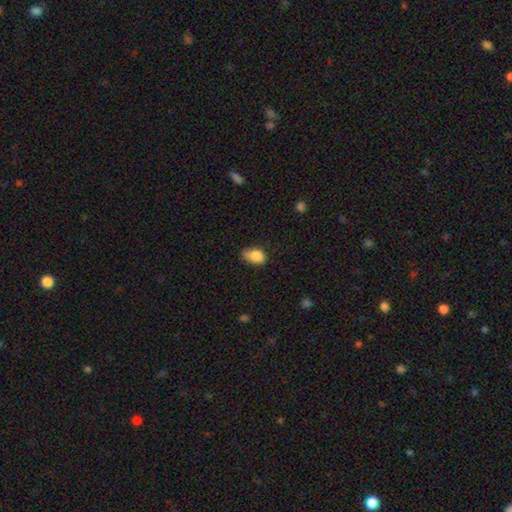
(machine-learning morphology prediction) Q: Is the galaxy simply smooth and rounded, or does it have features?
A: smooth — 85%.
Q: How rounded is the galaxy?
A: in between — 83%.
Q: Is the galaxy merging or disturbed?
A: none — 52%.